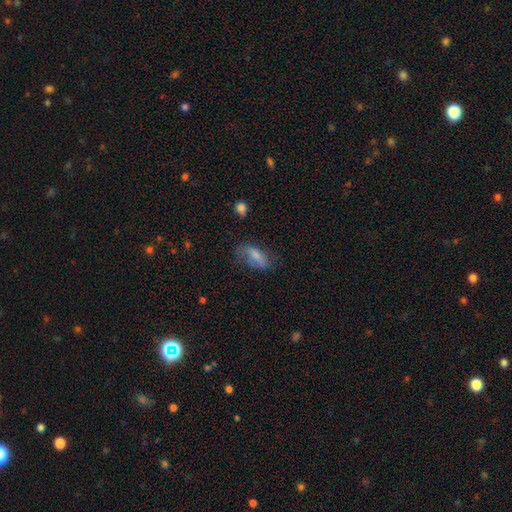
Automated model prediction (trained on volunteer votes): Overall: smooth (69%). How rounded: in between (83%). Merging: none (55%; minor disturbance 28%).